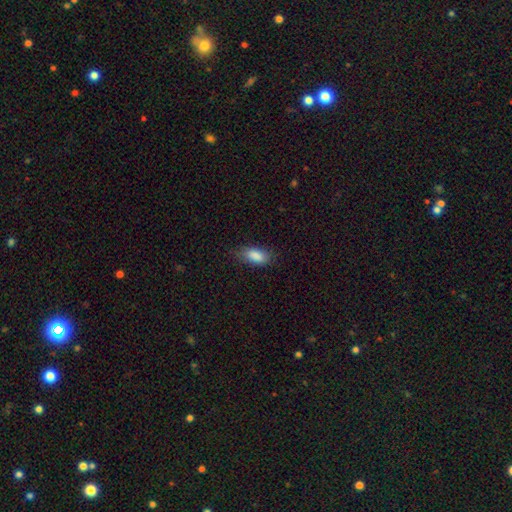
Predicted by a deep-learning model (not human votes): Smooth or featured? smooth (87%)
How rounded? in between (88%)
Merging? none (72%)